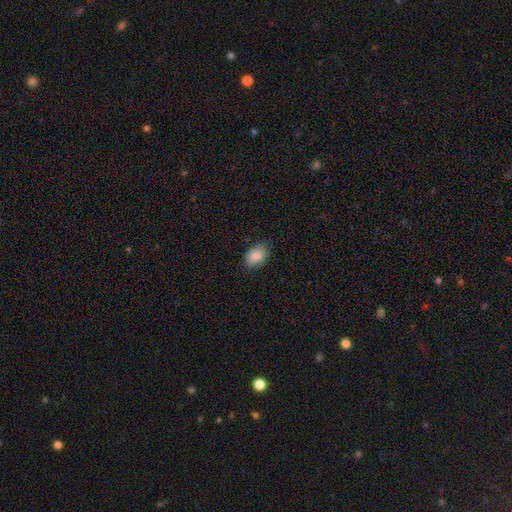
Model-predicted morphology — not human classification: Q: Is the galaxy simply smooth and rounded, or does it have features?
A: smooth — 87%.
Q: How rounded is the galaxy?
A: in between — 85%.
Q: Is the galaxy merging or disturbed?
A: none — 79%.